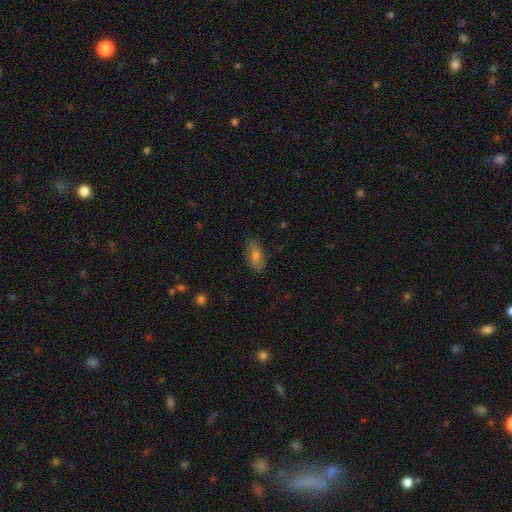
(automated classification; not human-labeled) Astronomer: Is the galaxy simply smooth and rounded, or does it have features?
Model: smooth — 68%.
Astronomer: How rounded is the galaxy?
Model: in between — 85%.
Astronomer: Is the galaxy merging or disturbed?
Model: none — 83%.